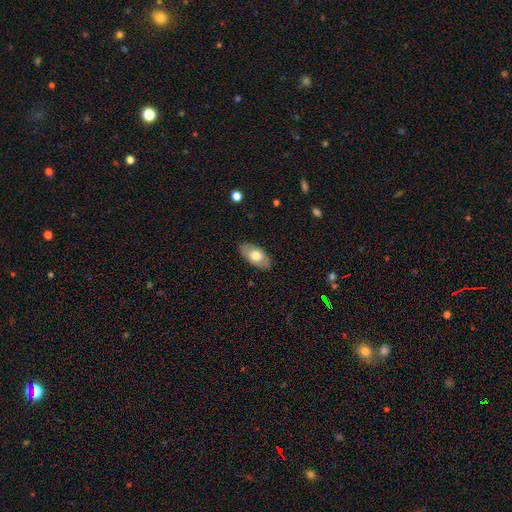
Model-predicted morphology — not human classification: smooth 66%, featured or disk 28%, star or artifact 6%. Down the decision tree: how rounded — in between (93%); merging — none (85%).